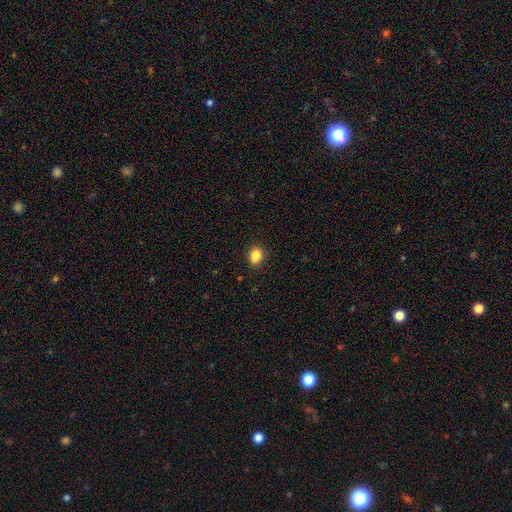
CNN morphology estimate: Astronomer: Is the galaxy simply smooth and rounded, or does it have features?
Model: smooth — 87%.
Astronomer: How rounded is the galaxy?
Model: in between — 58% (runner-up: round, 41%).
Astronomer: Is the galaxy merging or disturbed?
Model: none — 87%.